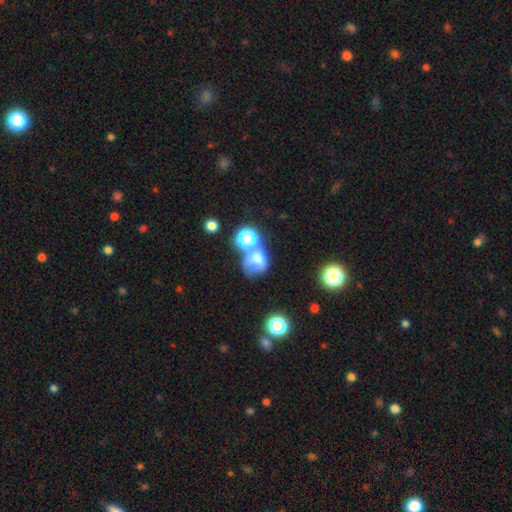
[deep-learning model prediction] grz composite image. It shows a smooth galaxy with no disk features (59%) that is round (52%). Merging: merger (44%).